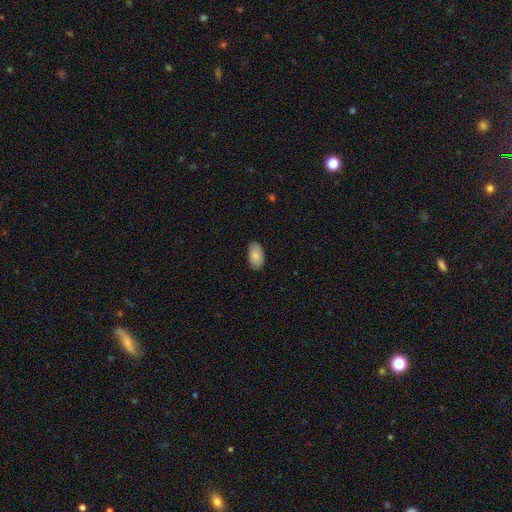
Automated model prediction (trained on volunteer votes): Overall: smooth (86%). How rounded: in between (95%). Merging: none (85%).